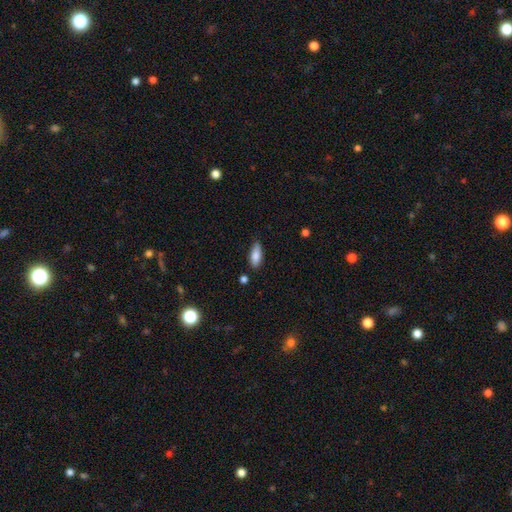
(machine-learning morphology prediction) Smooth or featured? smooth (82%)
How rounded? in between (75%)
Merging? none (77%)